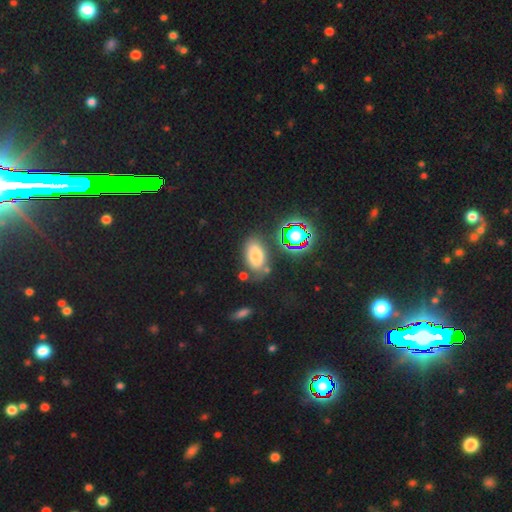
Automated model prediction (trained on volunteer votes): This appears to be a smooth galaxy with no disk features (69%) that is in between round and cigar-shaped (89%). Merging: none (70%).